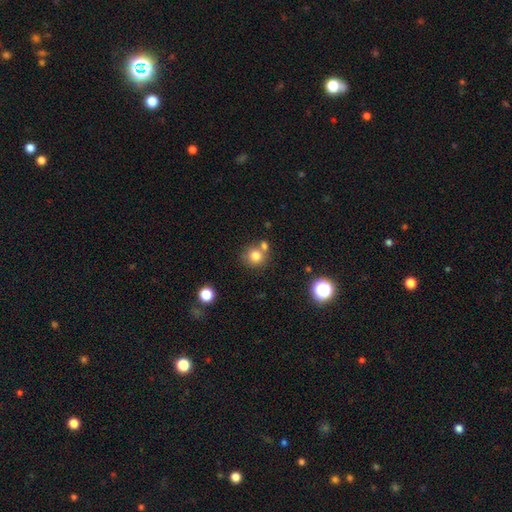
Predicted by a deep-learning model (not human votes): Smooth or featured? Predicted: smooth (p=0.78). How rounded? Predicted: round (p=0.87). Merging? Predicted: none (p=0.61).